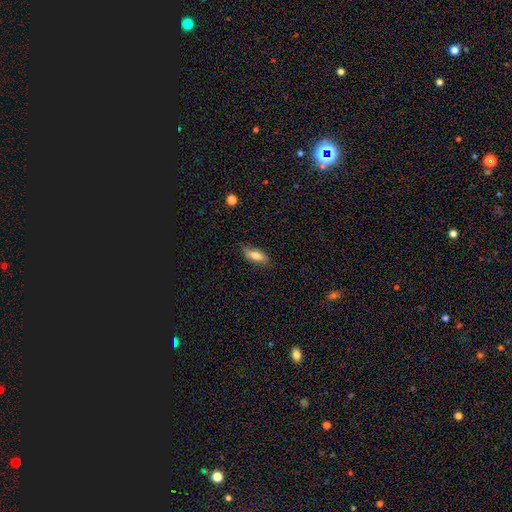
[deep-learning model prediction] Q: Smooth or featured?
A: smooth (73%); runner-up: featured or disk (20%)
Q: How rounded?
A: in between (70%); runner-up: cigar-shaped (27%)
Q: Merging?
A: none (80%); runner-up: minor disturbance (16%)